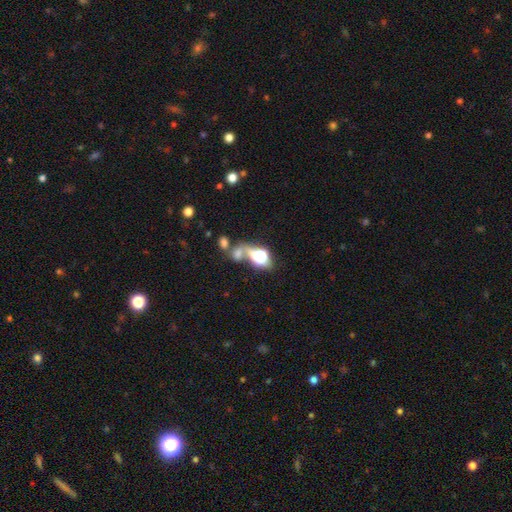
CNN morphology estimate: Smooth or featured? smooth (55%)
How rounded? in between (63%)
Merging? merger (52%)